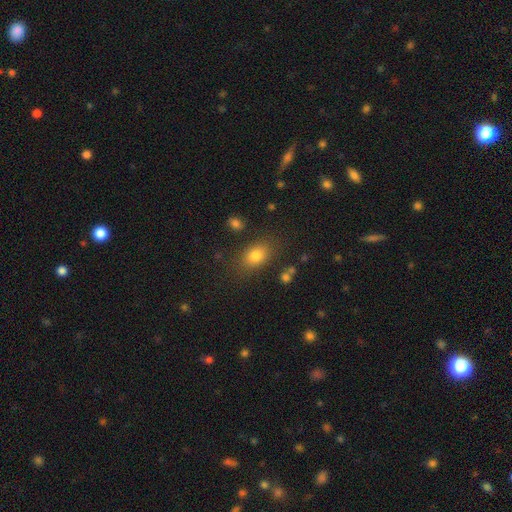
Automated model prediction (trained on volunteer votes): Q: Smooth or featured?
A: smooth (78%); runner-up: star or artifact (12%)
Q: How rounded?
A: in between (75%); runner-up: round (23%)
Q: Merging?
A: none (79%); runner-up: minor disturbance (12%)